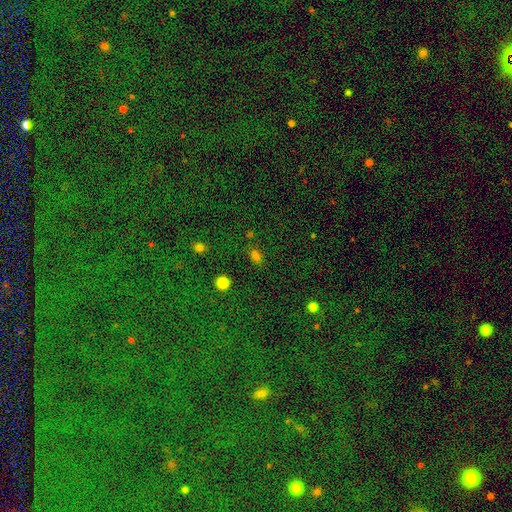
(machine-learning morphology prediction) A smooth galaxy with no disk features (74%) that is in between round and cigar-shaped (80%).

Vote fractions:
- Smooth or featured? smooth: 74% / star or artifact: 20% / featured or disk: 6%
- How rounded? in between: 80% / round: 16% / cigar-shaped: 4%
- Merging? none: 78% / minor disturbance: 13% / major disturbance: 5% / merger: 4%